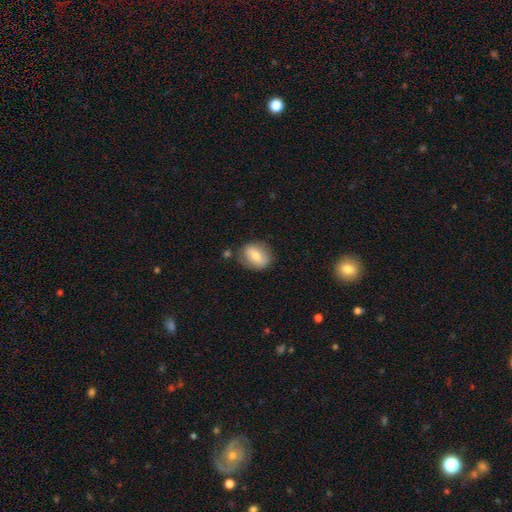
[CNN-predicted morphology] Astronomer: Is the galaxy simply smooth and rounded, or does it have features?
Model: smooth — 66%.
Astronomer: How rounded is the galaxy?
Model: in between — 56% (runner-up: round, 43%).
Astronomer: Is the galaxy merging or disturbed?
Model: none — 72%.